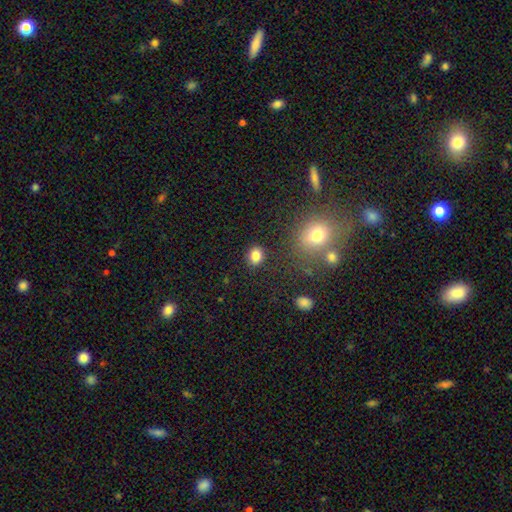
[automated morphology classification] Smooth or featured? Predicted: smooth (p=0.83). How rounded? Predicted: round (p=0.57). Merging? Predicted: none (p=0.85).